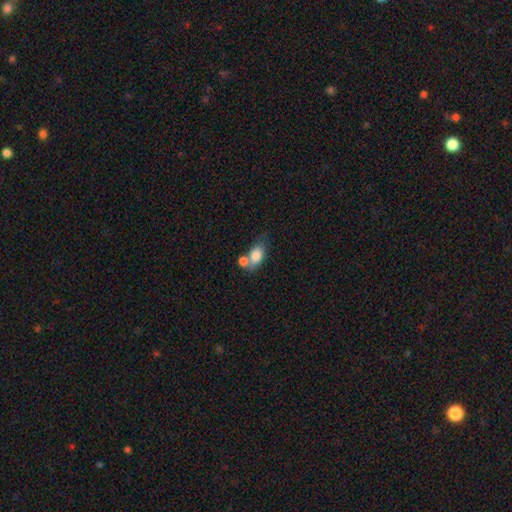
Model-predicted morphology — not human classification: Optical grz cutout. It shows a smooth galaxy with no disk features (80%) that is in between round and cigar-shaped (80%). Merging: merger (44%).